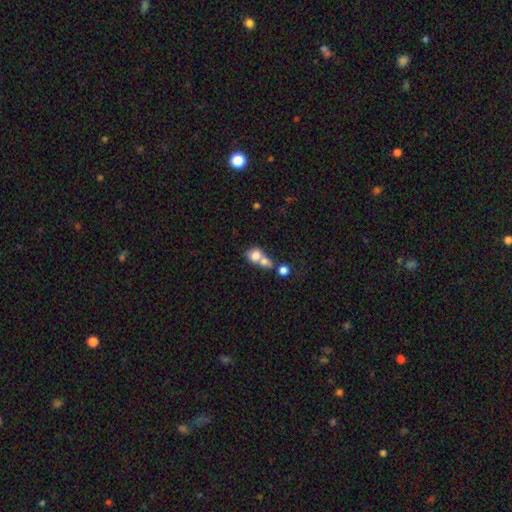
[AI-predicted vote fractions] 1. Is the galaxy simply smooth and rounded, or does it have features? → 73% smooth, 17% featured or disk, 10% star or artifact.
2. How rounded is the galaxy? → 61% round, 37% in between, 2% cigar-shaped.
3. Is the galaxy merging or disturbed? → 68% merger, 22% none, 6% minor disturbance, 5% major disturbance.